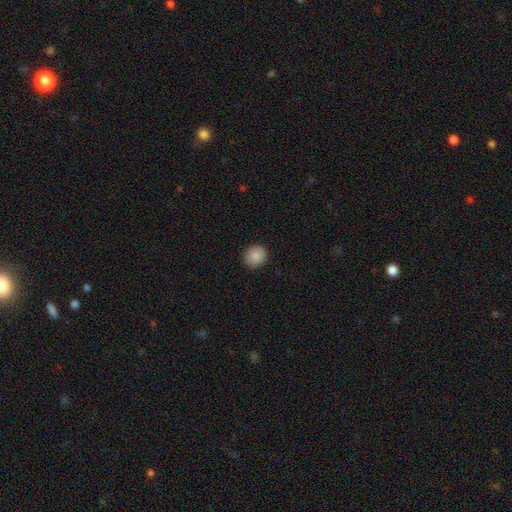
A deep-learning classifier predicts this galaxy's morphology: Overall: smooth (88%). How rounded: round (75%). Merging: none (90%).